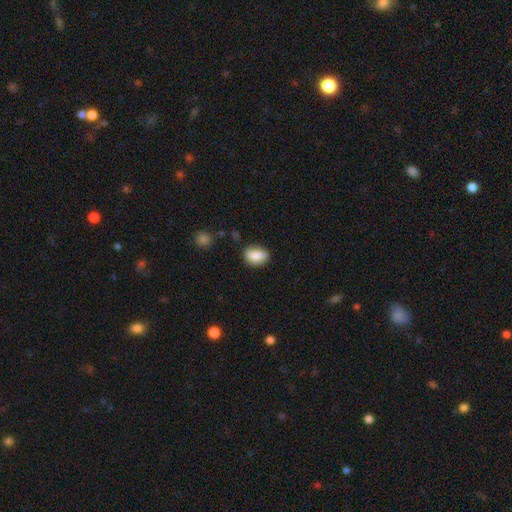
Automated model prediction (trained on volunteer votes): smooth-or-featured: smooth: 84% | featured or disk: 8% | star or artifact: 8%
  how-rounded: in between: 80% | round: 18% | cigar-shaped: 2%
  merging: none: 73% | minor disturbance: 20% | major disturbance: 4% | merger: 3%